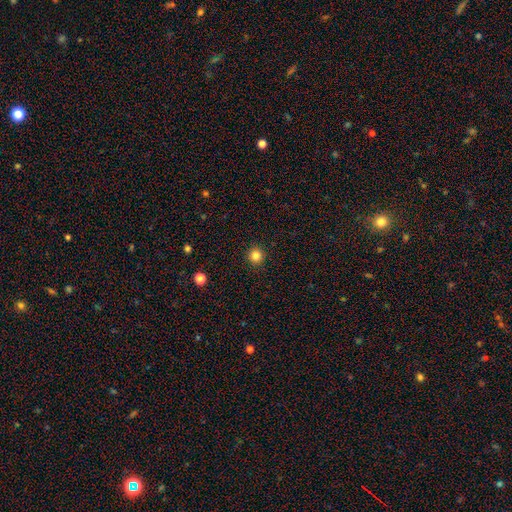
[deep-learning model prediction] A smooth galaxy with no disk features (83%) that is round (95%).

Vote fractions:
- Smooth or featured? smooth: 83% / star or artifact: 13% / featured or disk: 4%
- How rounded? round: 95% / in between: 4% / cigar-shaped: 1%
- Merging? none: 93% / minor disturbance: 4% / major disturbance: 2% / merger: 1%